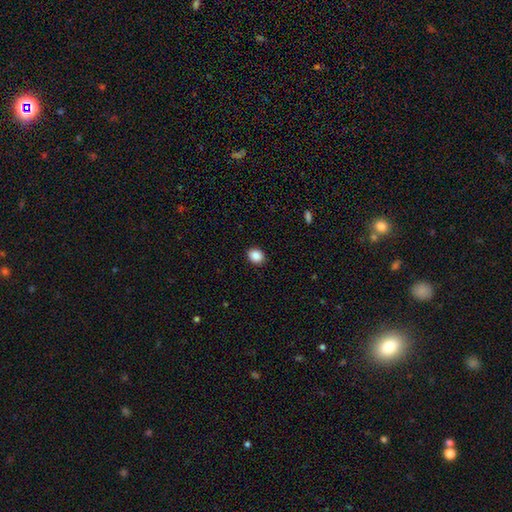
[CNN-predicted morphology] type=smooth (88%); roundness=round (55%); merging=none (91%).